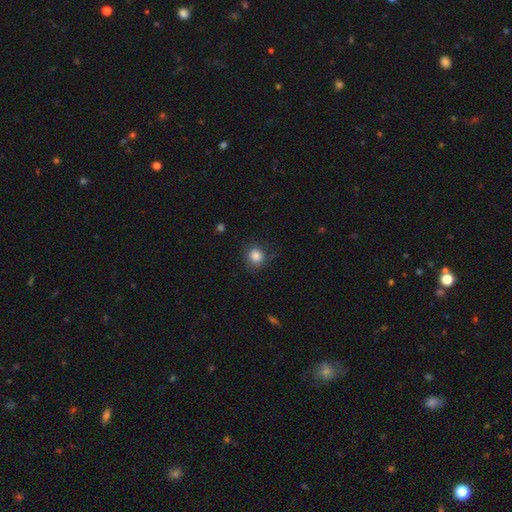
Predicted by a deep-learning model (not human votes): Smooth or featured? Predicted: smooth (p=0.85). How rounded? Predicted: round (p=0.85). Merging? Predicted: none (p=0.78).